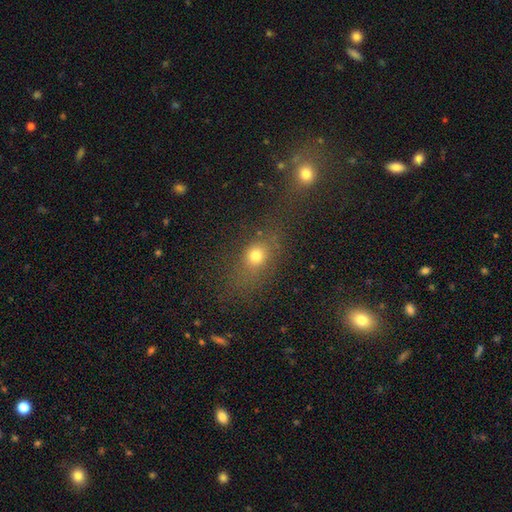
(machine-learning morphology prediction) The model was most divided on "how rounded": round: 51%, in between: 44%, cigar-shaped: 5%. More confident: smooth or featured — smooth (70%); merging — none (62%).